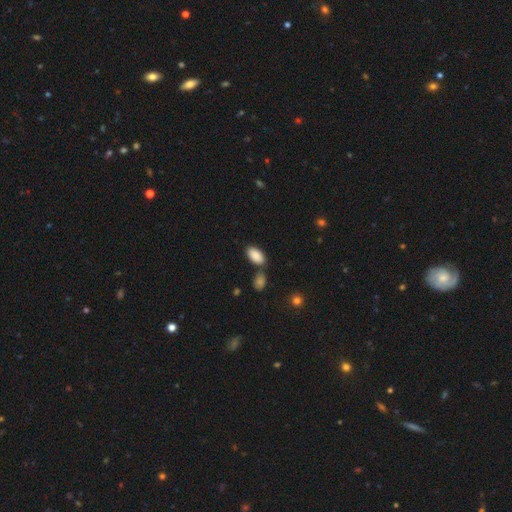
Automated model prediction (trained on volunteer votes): smooth 89%, star or artifact 7%, featured or disk 4%. Down the decision tree: how rounded — in between (94%); merging — none (70%).